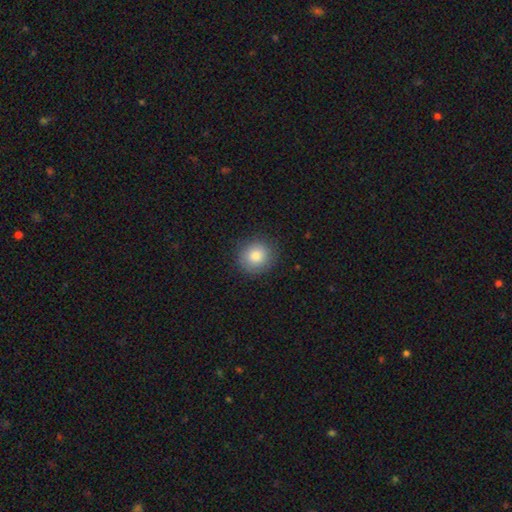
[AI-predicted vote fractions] This is clearly a smooth galaxy (84%). How rounded: clearly round (86%). Merging: clearly none (88%).